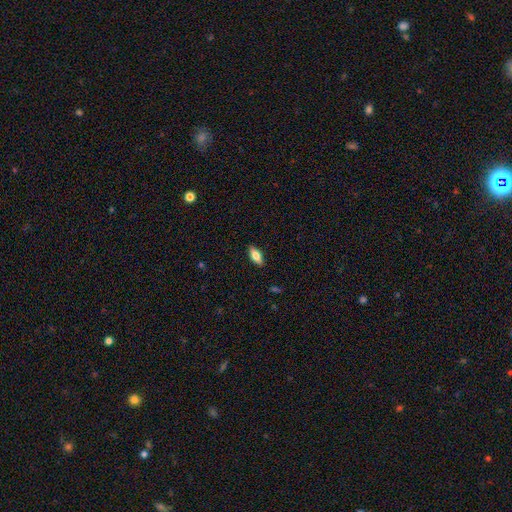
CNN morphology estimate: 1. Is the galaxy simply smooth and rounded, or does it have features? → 71% smooth, 22% featured or disk, 7% star or artifact.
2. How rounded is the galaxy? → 78% in between, 19% cigar-shaped, 3% round.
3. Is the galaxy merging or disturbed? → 89% none, 8% minor disturbance, 2% major disturbance, 1% merger.